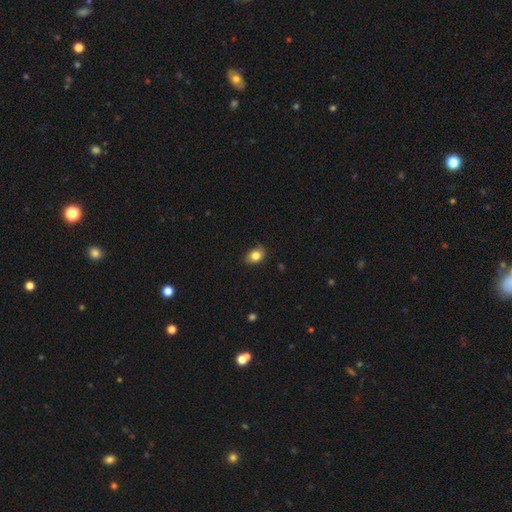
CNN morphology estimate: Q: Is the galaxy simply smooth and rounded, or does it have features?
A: smooth — 83%.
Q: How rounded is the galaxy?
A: in between — 62%.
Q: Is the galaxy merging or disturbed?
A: none — 76%.